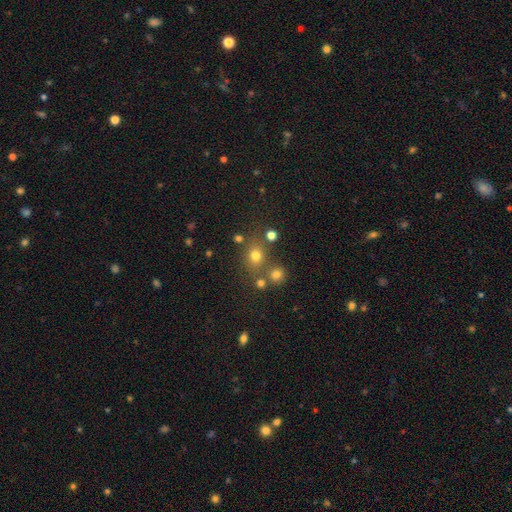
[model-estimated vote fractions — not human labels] smooth_or_featured: smooth (p=0.70) [alt: star or artifact p=0.20]
how_rounded: round (p=0.71) [alt: in between p=0.28]
merging: none (p=0.68) [alt: merger p=0.16]